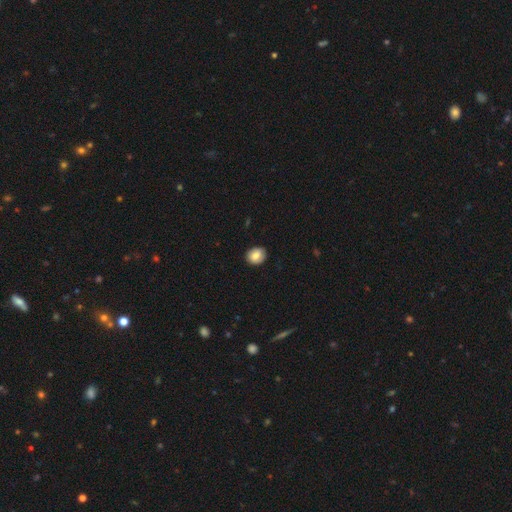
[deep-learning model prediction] smooth 82%, featured or disk 10%, star or artifact 8%. Down the decision tree: how rounded — round (68%); merging — none (88%).